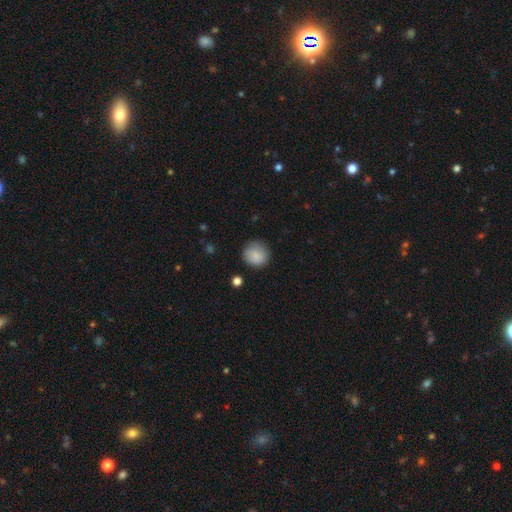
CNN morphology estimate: This appears to be a smooth galaxy with no disk features (86%) that is round (89%). Merging: none (81%).